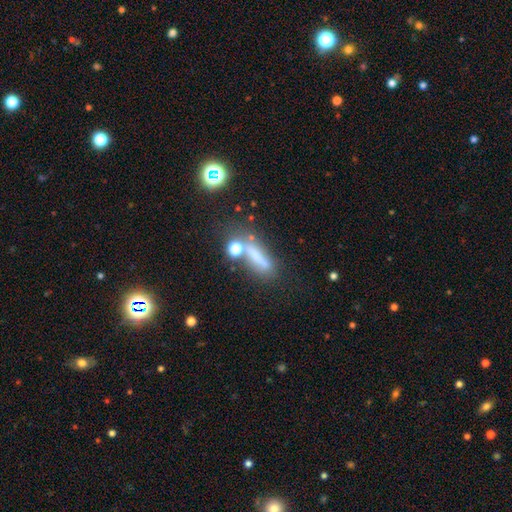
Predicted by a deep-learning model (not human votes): Smooth or featured: smooth — 56% (featured or disk — 24%)
How rounded: cigar-shaped — 64% (in between — 27%)
Merging: none — 48% (merger — 20%)